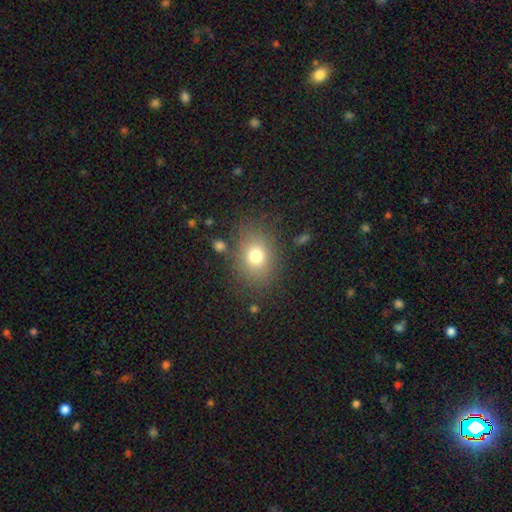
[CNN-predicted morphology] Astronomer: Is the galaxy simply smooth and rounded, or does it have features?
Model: smooth — 75%.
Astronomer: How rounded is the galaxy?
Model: in between — 50% (runner-up: round, 49%).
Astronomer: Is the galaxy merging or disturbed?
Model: none — 80%.